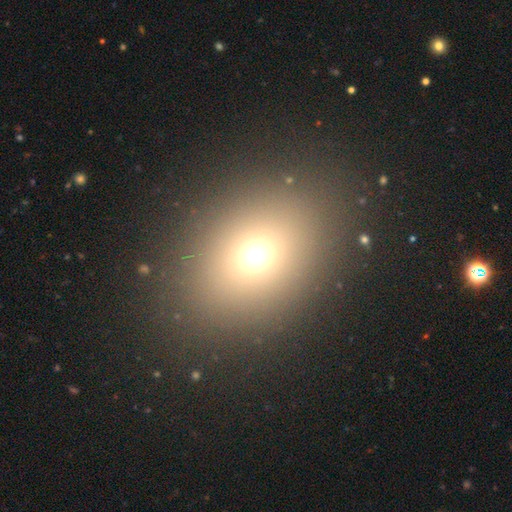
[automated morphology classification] This appears to be a smooth galaxy with no disk features (68%) that is in between round and cigar-shaped (55%). Merging: none (87%).